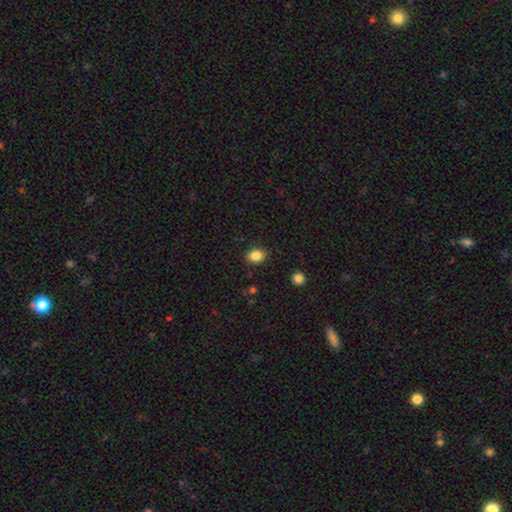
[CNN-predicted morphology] A smooth galaxy with no disk features (86%) that is in between round and cigar-shaped (58%).

Vote fractions:
- Smooth or featured? smooth: 86% / star or artifact: 10% / featured or disk: 5%
- How rounded? in between: 58% / round: 41% / cigar-shaped: 1%
- Merging? none: 87% / minor disturbance: 9% / major disturbance: 3% / merger: 1%